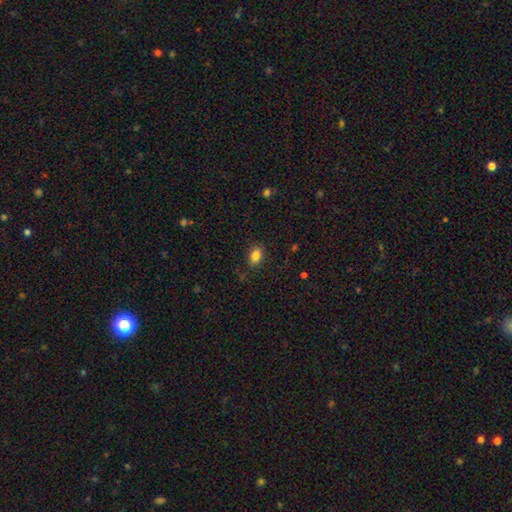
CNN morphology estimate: A smooth galaxy with no disk features (83%) that is in between round and cigar-shaped (80%).

Vote fractions:
- Smooth or featured? smooth: 83% / star or artifact: 10% / featured or disk: 7%
- How rounded? in between: 80% / round: 18% / cigar-shaped: 2%
- Merging? none: 84% / minor disturbance: 12% / major disturbance: 3% / merger: 1%